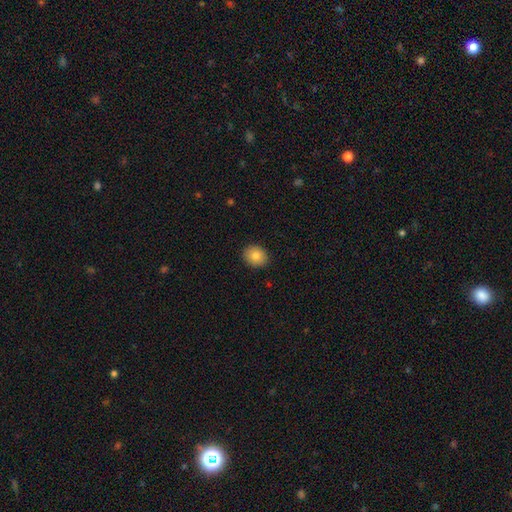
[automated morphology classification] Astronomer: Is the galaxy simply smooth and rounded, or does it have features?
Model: smooth — 83%.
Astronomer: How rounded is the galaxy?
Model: round — 55% (runner-up: in between, 44%).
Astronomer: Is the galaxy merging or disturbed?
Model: none — 90%.